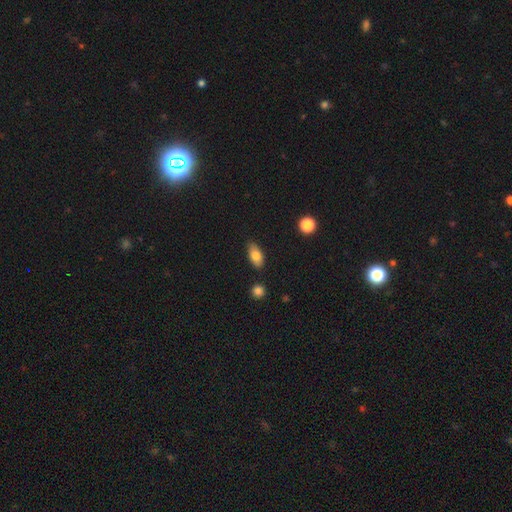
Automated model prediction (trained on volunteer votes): A smooth galaxy with no disk features (81%) that is in between round and cigar-shaped (88%). Merging: none (82%).